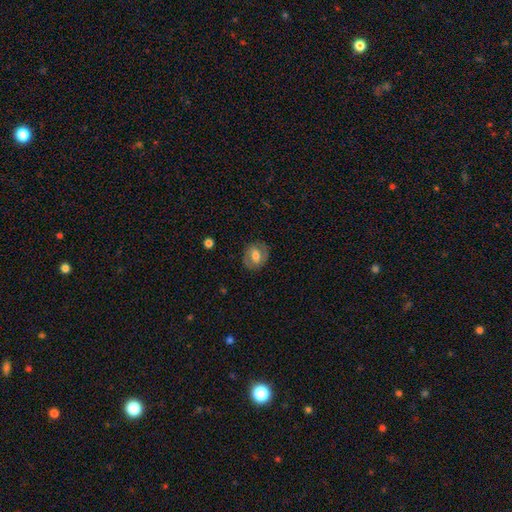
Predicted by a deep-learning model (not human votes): This is possibly a smooth galaxy (52%). How rounded: possibly round (50%). Merging: likely none (79%).